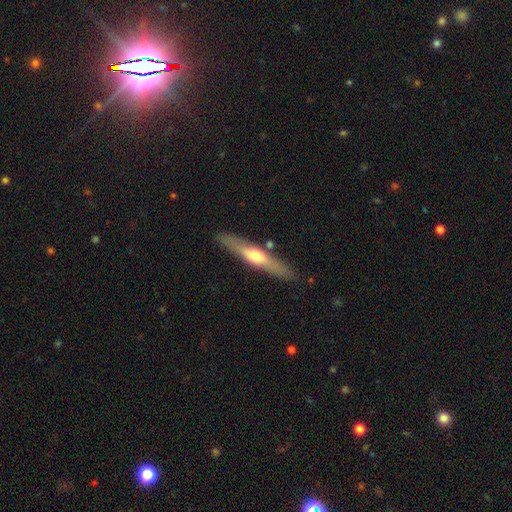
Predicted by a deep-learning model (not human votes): A featured or disk galaxy (55%) viewed edge-on (86%).

Vote fractions:
- Smooth or featured? featured or disk: 55% / smooth: 40% / star or artifact: 5%
- Edge-on disk? yes: 86% / no: 14%
- Merging? none: 84% / minor disturbance: 10% / merger: 4% / major disturbance: 2%